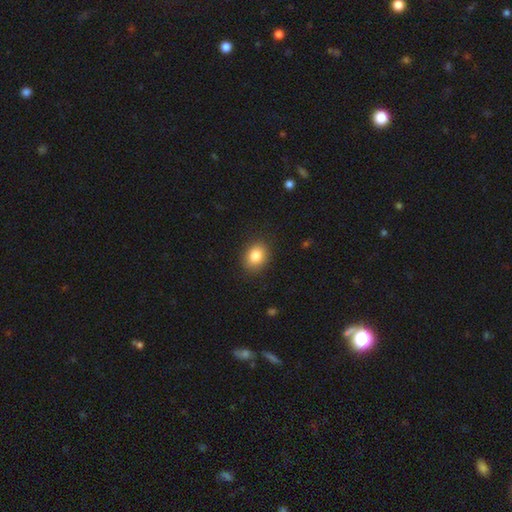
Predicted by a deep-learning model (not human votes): A smooth galaxy with no disk features (84%) that is in between round and cigar-shaped (54%).

Vote fractions:
- Smooth or featured? smooth: 84% / star or artifact: 9% / featured or disk: 7%
- How rounded? in between: 54% / round: 45% / cigar-shaped: 1%
- Merging? none: 87% / minor disturbance: 9% / major disturbance: 3% / merger: 1%